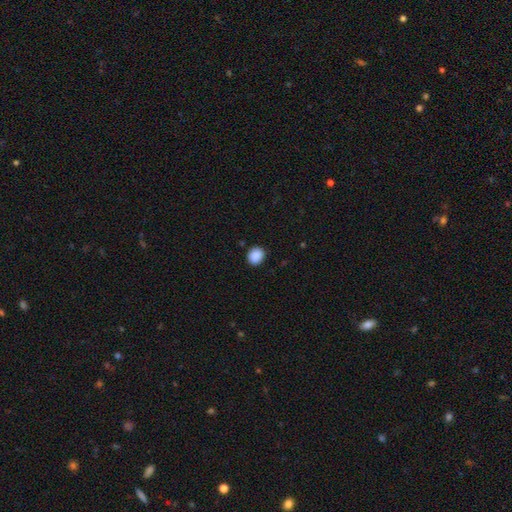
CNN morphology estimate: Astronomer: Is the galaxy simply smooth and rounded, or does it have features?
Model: smooth — 89%.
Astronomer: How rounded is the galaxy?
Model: round — 69%.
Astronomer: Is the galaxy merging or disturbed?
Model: none — 88%.